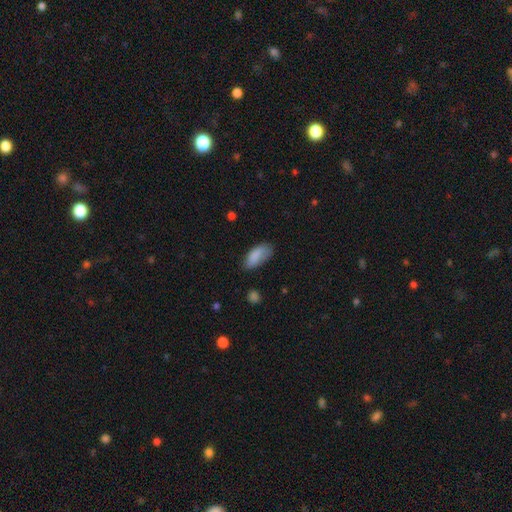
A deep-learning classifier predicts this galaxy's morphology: smooth 85%, featured or disk 8%, star or artifact 7%. Down the decision tree: how rounded — in between (87%); merging — none (61%).